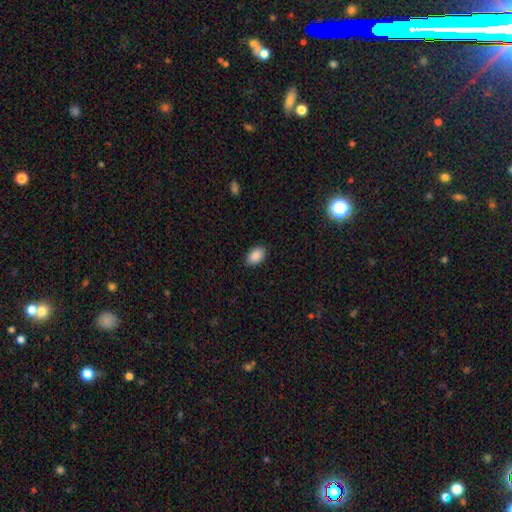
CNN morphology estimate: Smooth or featured?
  - smooth: 89% *
  - star or artifact: 7%
  - featured or disk: 3%
How rounded?
  - in between: 91% *
  - round: 8%
  - cigar-shaped: 1%
Merging?
  - none: 89% *
  - minor disturbance: 8%
  - major disturbance: 2%
  - merger: 1%